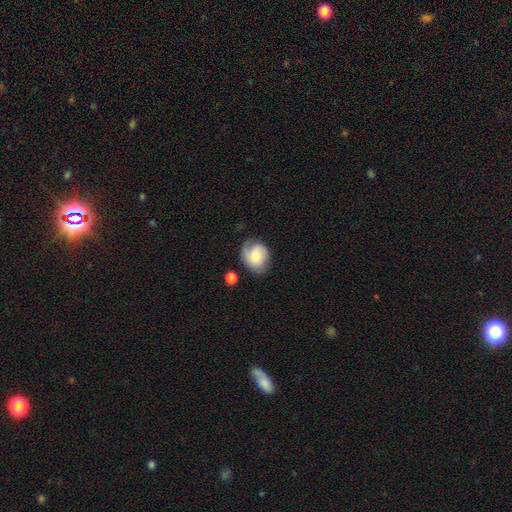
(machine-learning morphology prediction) Smooth or featured? smooth (52%)
How rounded? round (59%)
Merging? none (57%)